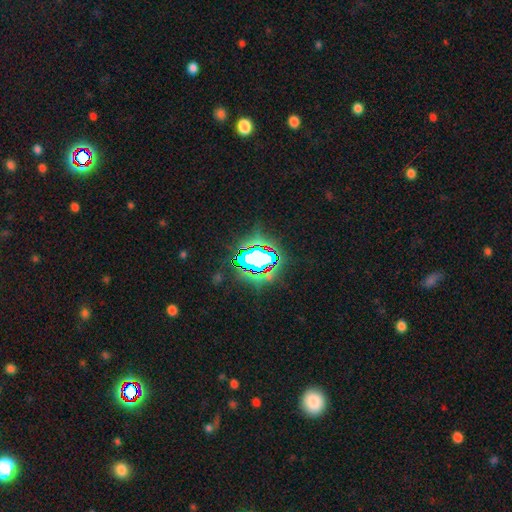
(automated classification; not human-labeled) This appears to be a star or artifact, not a galaxy (66%).